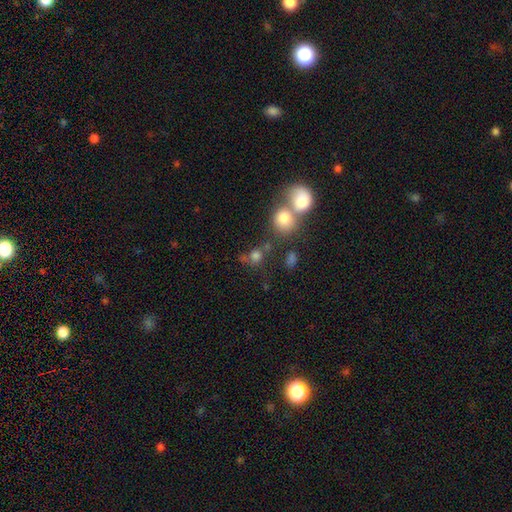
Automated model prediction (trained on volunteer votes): Smooth or featured? Predicted: smooth (p=0.71). How rounded? Predicted: round (p=0.73). Merging? Predicted: none (p=0.45).